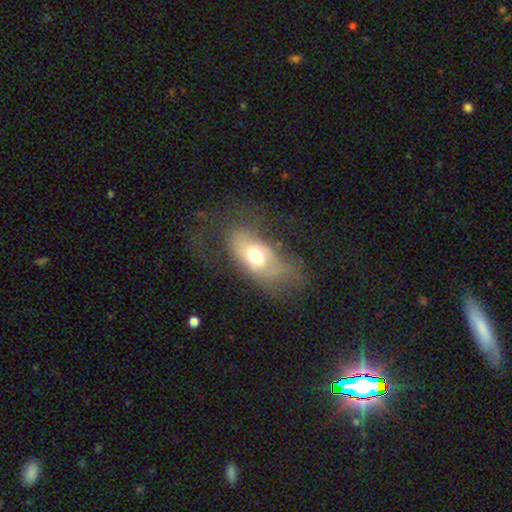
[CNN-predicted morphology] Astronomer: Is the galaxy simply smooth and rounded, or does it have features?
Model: smooth — 58%.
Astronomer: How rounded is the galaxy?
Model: in between — 84%.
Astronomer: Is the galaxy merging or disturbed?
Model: none — 45% (runner-up: major disturbance, 30%).